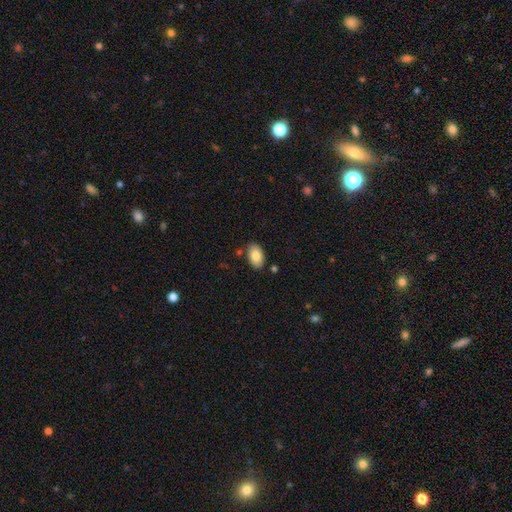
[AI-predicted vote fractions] The model was most divided on "merging": none: 82%, minor disturbance: 11%, merger: 4%, major disturbance: 2%. More confident: how rounded — in between (93%); smooth or featured — smooth (83%).